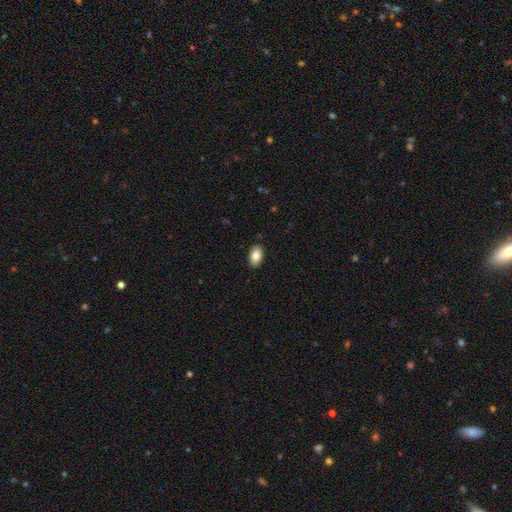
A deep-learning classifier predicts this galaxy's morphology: smooth-or-featured: smooth: 84% | featured or disk: 8% | star or artifact: 7%
  how-rounded: in between: 93% | round: 6% | cigar-shaped: 2%
  merging: none: 89% | minor disturbance: 8% | major disturbance: 2% | merger: 1%